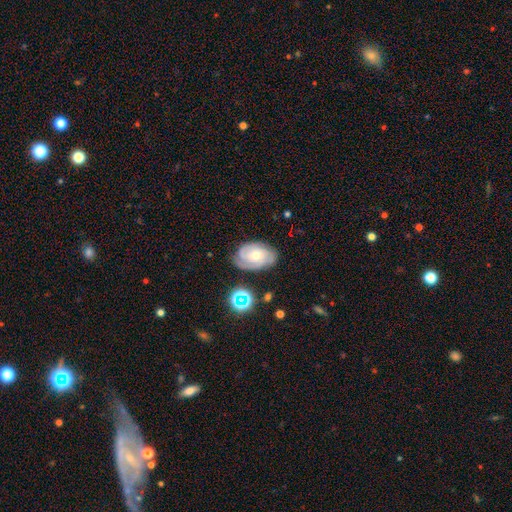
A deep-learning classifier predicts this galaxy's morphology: A featured or disk galaxy (70%) with no bar (75%), tight (63%) spiral arms (91%) and a moderate central bulge (49%).

Vote fractions:
- Smooth or featured? featured or disk: 70% / smooth: 22% / star or artifact: 8%
- Edge-on disk? no: 96% / yes: 4%
- Bar? no: 75% / weak: 21% / strong: 4%
- Spiral arms? yes: 91% / no: 9%
- Spiral winding? tight: 63% / medium: 30% / loose: 8%
- Spiral arm count? can't tell: 33% / 3: 28% / 2: 22% / 4: 8% / 1: 5% / more than 4: 4%
- Bulge size? moderate: 49% / small: 47% / large: 2% / none: 1% / dominant: 1%
- Merging? none: 71% / minor disturbance: 21% / major disturbance: 6% / merger: 2%